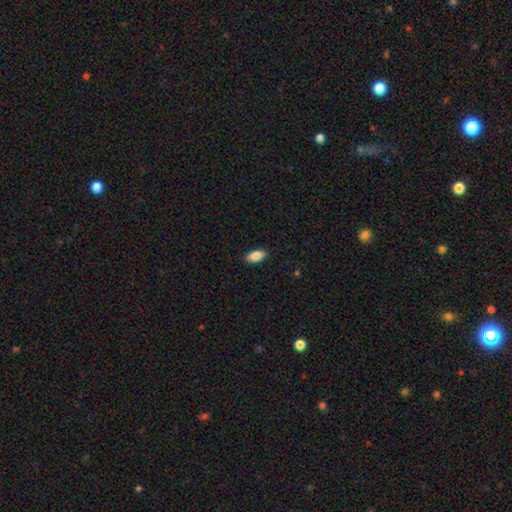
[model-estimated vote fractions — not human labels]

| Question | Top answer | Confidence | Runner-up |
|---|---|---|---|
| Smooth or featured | smooth | 87% | star or artifact (7%) |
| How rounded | in between | 91% | cigar-shaped (7%) |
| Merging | none | 89% | minor disturbance (8%) |